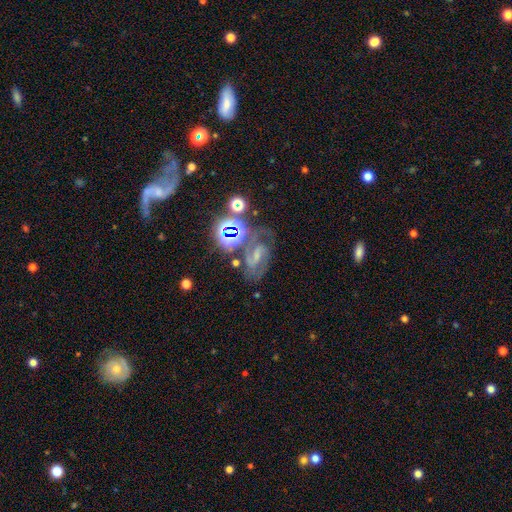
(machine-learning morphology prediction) featured or disk 67%, star or artifact 21%, smooth 12%. Down the decision tree: edge-on disk — no (97%); bar — weak (43%); spiral arms — yes (94%); spiral arm count — 2 (81%); spiral winding — medium (52%); bulge size — small (43%); merging — none (59%).